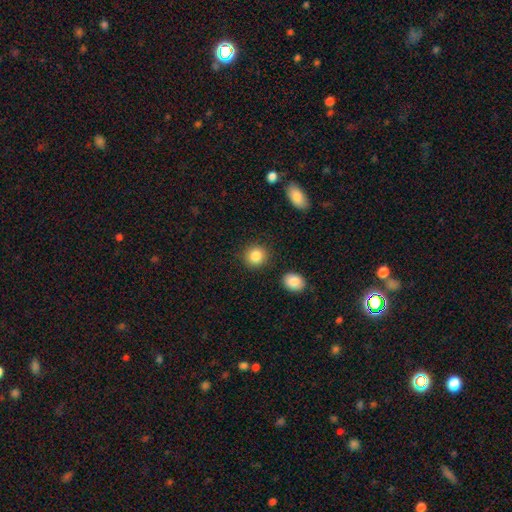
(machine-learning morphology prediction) Smooth or featured: smooth — 87% (star or artifact — 9%)
How rounded: round — 87% (in between — 12%)
Merging: none — 87% (minor disturbance — 7%)